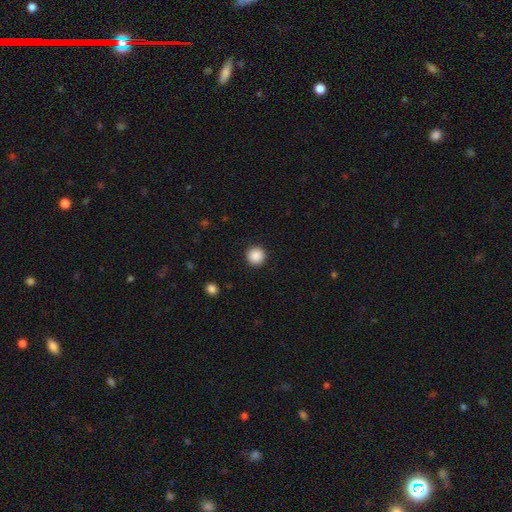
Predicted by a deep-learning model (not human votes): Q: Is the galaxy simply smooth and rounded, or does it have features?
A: smooth — 89%.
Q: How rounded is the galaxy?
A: round — 96%.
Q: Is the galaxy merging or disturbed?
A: none — 93%.